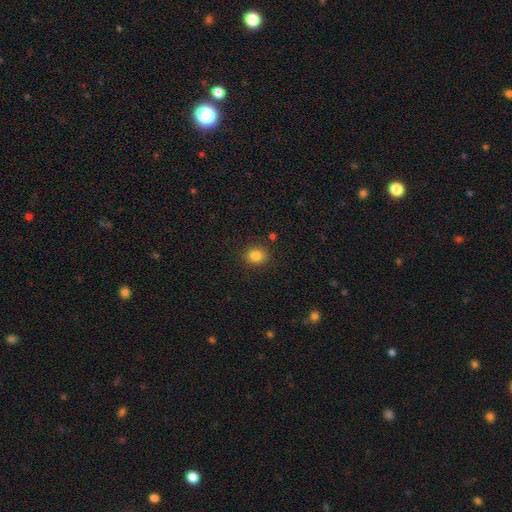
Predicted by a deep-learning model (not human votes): Smooth or featured: smooth — 83% (star or artifact — 11%)
How rounded: round — 74% (in between — 25%)
Merging: none — 86% (minor disturbance — 10%)